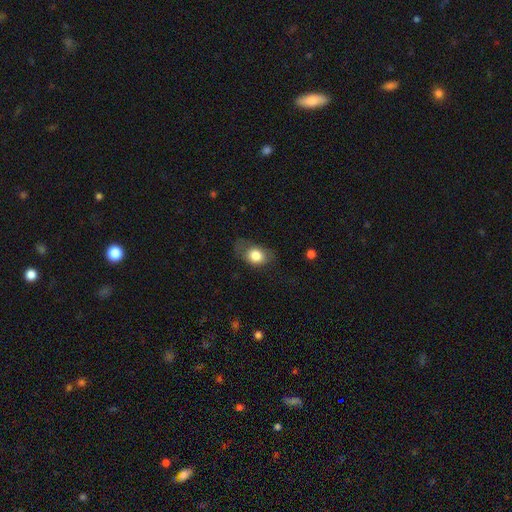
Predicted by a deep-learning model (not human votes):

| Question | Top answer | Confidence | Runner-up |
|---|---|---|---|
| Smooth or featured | smooth | 78% | featured or disk (14%) |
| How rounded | in between | 68% | round (30%) |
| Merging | none | 58% | minor disturbance (27%) |